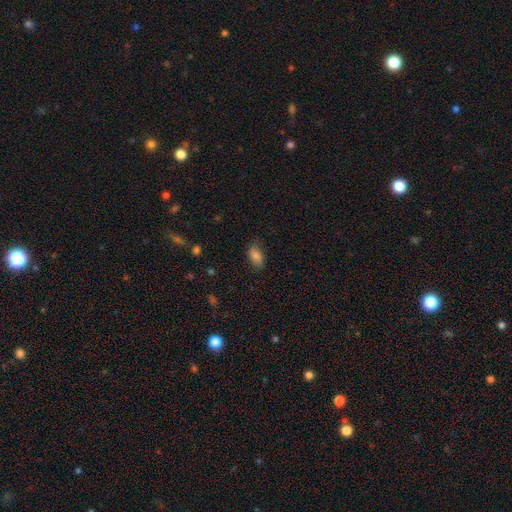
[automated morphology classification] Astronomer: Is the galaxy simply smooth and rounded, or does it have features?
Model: smooth — 80%.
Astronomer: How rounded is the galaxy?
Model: in between — 90%.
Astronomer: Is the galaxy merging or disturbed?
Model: none — 75%.